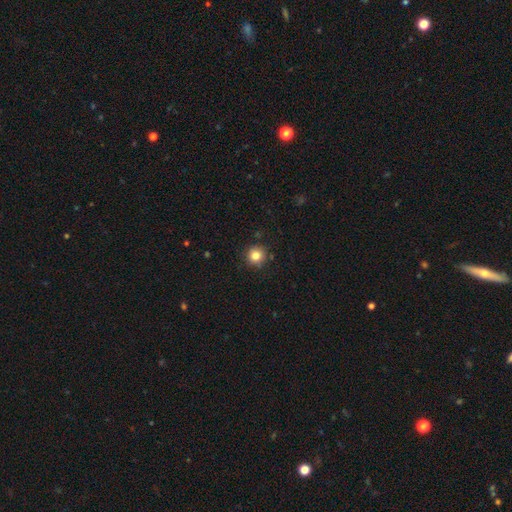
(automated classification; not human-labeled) Q: Smooth or featured?
A: smooth (82%); runner-up: star or artifact (12%)
Q: How rounded?
A: round (94%); runner-up: in between (5%)
Q: Merging?
A: none (88%); runner-up: minor disturbance (8%)